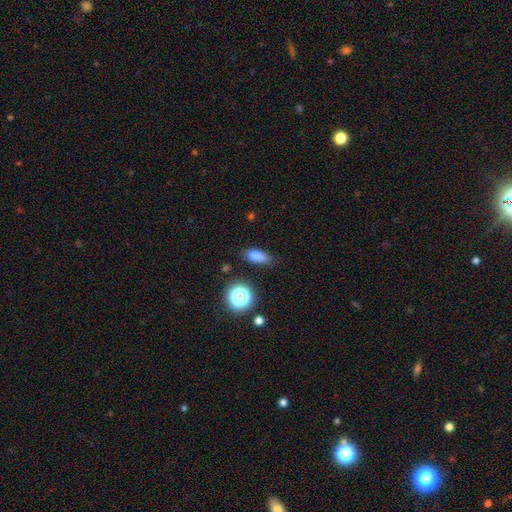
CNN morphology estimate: smooth 77%, star or artifact 15%, featured or disk 8%. Down the decision tree: how rounded — in between (71%); merging — none (66%).